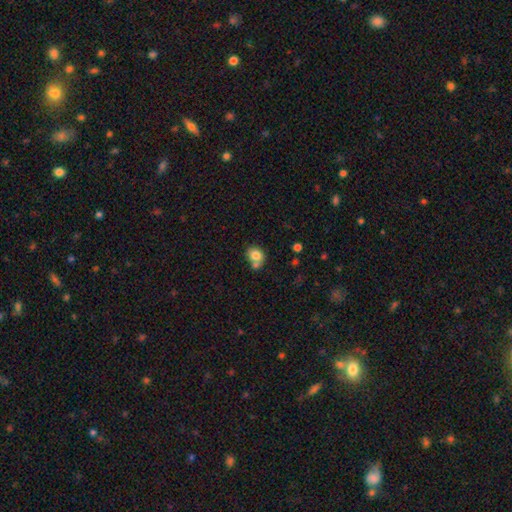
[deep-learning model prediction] Overall: smooth (80%). How rounded: round (61%; in between 39%). Merging: none (47%; merger 37%).